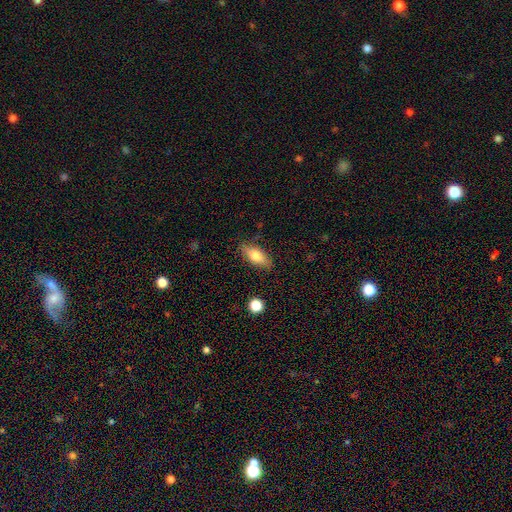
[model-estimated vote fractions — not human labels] Smooth or featured? smooth (71%)
How rounded? in between (78%)
Merging? none (83%)